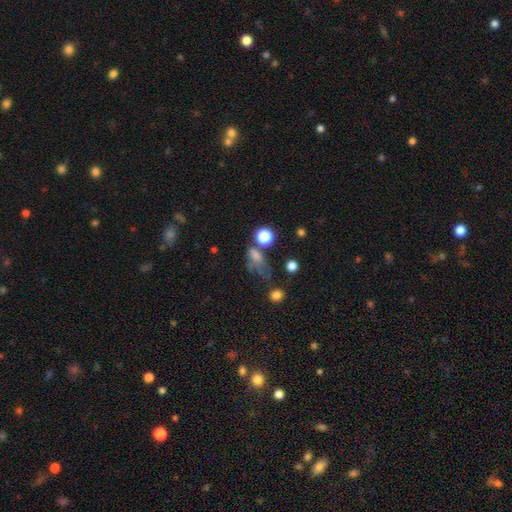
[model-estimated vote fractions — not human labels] Overall: smooth (51%; star or artifact 28%). How rounded: in between (62%; round 32%). Merging: major disturbance (34%; none 31%).